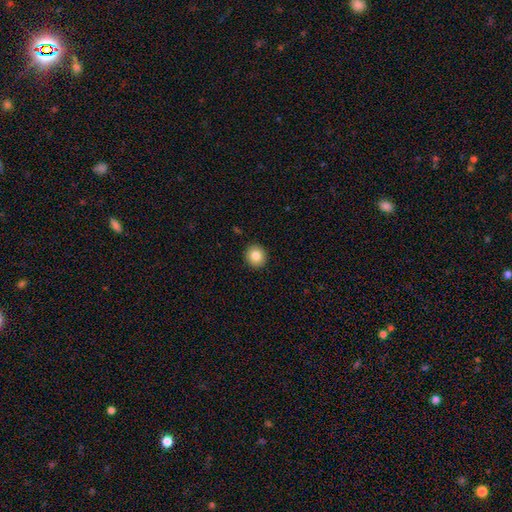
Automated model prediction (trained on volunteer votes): A smooth galaxy with no disk features (83%) that is round (87%). Merging: none (92%).